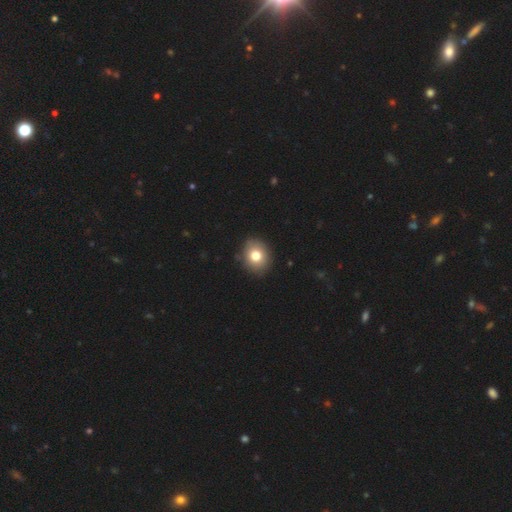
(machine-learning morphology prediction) Smooth or featured? Predicted: smooth (p=0.78). How rounded? Predicted: round (p=0.67). Merging? Predicted: none (p=0.88).